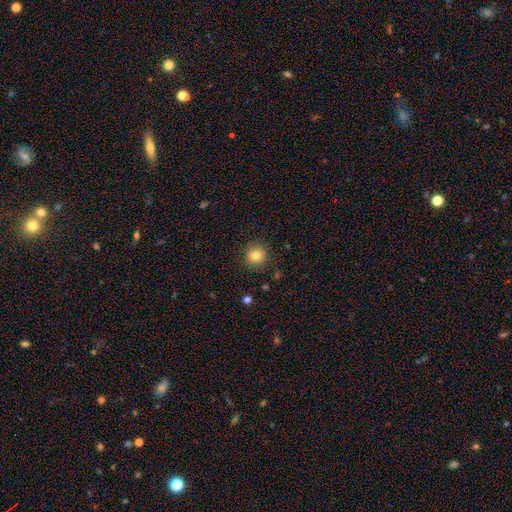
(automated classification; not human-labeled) smooth_or_featured: smooth (p=0.82) [alt: star or artifact p=0.11]
how_rounded: round (p=0.92) [alt: in between p=0.07]
merging: none (p=0.88) [alt: minor disturbance p=0.09]